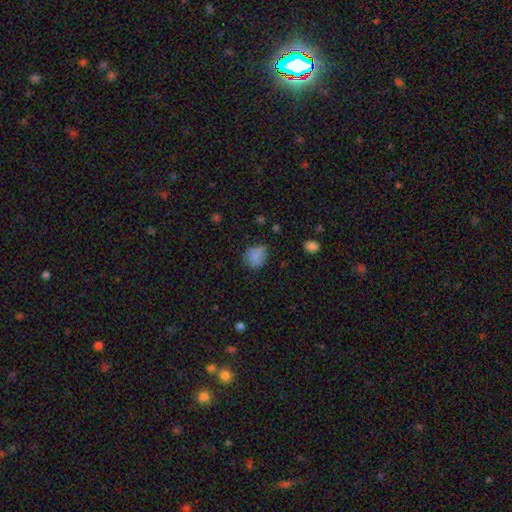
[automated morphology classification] A smooth galaxy with no disk features (82%) that is round (60%). Merging: none (66%).